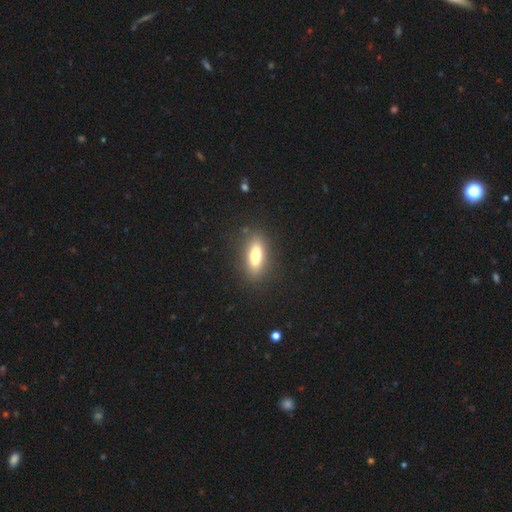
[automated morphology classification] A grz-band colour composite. It shows a smooth galaxy with no disk features (68%) that is in between round and cigar-shaped (65%). Merging: none (86%).